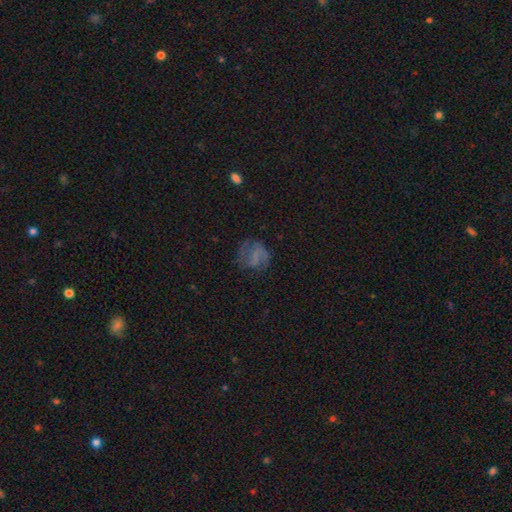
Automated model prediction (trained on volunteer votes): Q: Smooth or featured?
A: featured or disk (49%); runner-up: smooth (39%)
Q: Merging?
A: none (55%); runner-up: minor disturbance (22%)